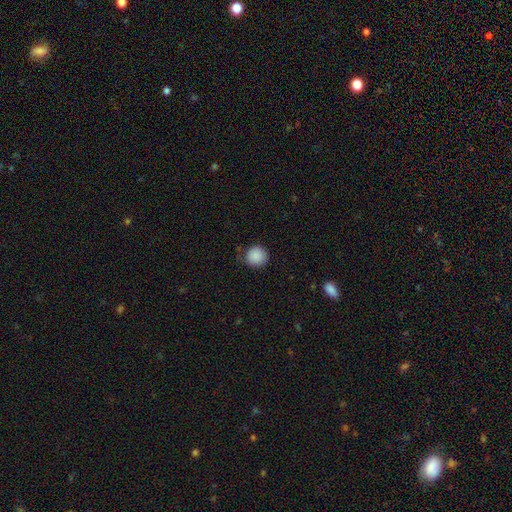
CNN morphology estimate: A smooth galaxy with no disk features (89%) that is round (93%). Merging: none (79%).